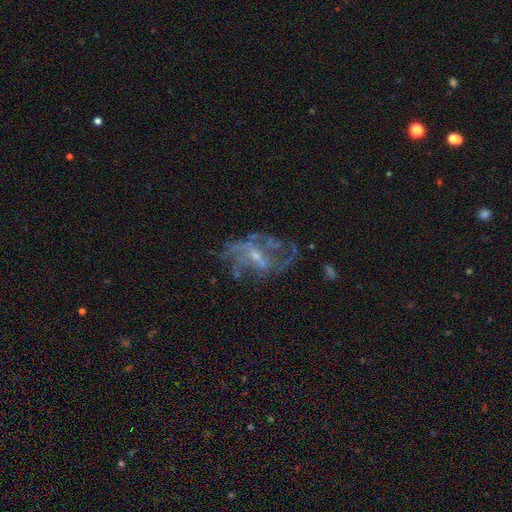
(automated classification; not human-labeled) Q: Smooth or featured?
A: featured or disk (77%); runner-up: star or artifact (12%)
Q: Edge-on disk?
A: no (96%); runner-up: yes (4%)
Q: Bar?
A: weak (45%); runner-up: no (40%)
Q: Spiral arms?
A: yes (71%); runner-up: no (29%)
Q: Spiral winding?
A: loose (42%); runner-up: medium (39%)
Q: Spiral arm count?
A: can't tell (38%); runner-up: 2 (25%)
Q: Bulge size?
A: small (62%); runner-up: moderate (27%)
Q: Merging?
A: none (51%); runner-up: major disturbance (27%)